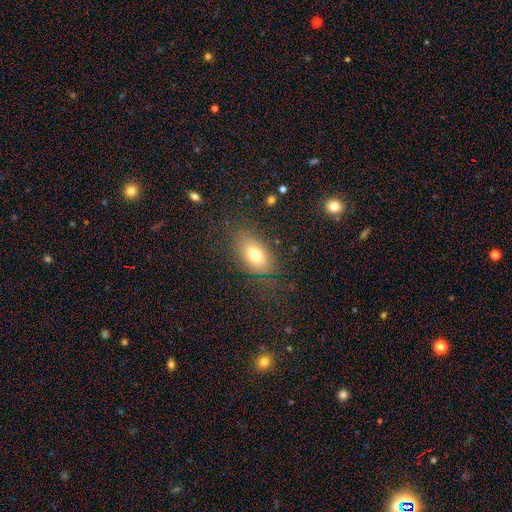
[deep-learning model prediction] A smooth galaxy with no disk features (69%) that is in between round and cigar-shaped (82%). Merging: none (82%).